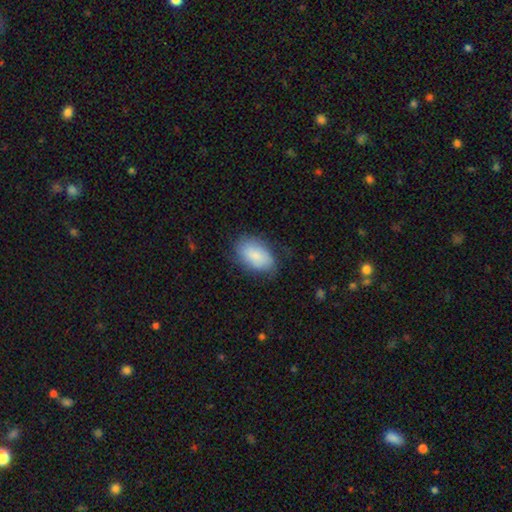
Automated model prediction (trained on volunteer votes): Smooth or featured? Predicted: smooth (p=0.83). How rounded? Predicted: in between (p=0.92). Merging? Predicted: none (p=0.71).